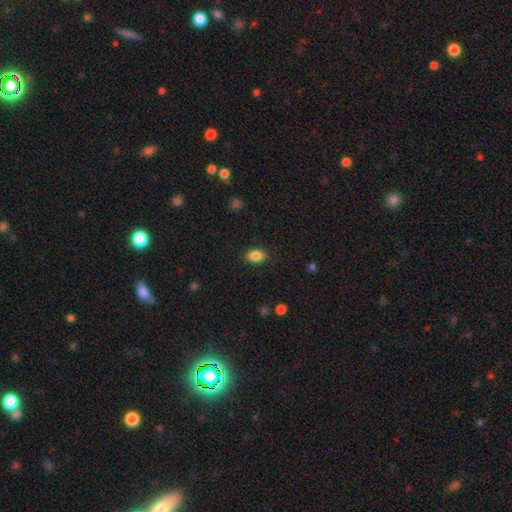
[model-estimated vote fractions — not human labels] smooth-or-featured: smooth: 87% | star or artifact: 9% | featured or disk: 4%
  how-rounded: in between: 81% | round: 17% | cigar-shaped: 1%
  merging: none: 86% | minor disturbance: 10% | major disturbance: 3% | merger: 1%